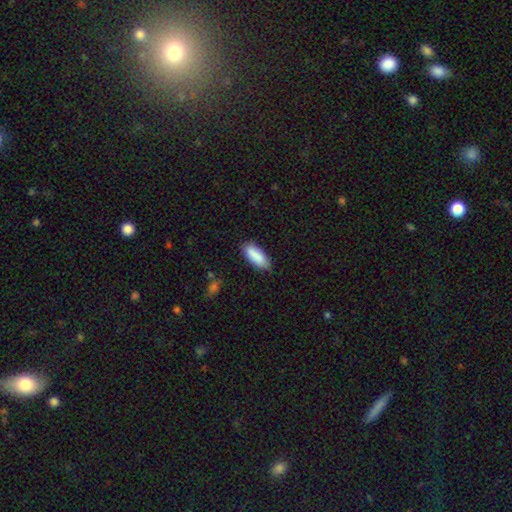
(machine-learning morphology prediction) Smooth or featured? Predicted: smooth (p=0.88). How rounded? Predicted: in between (p=0.75). Merging? Predicted: none (p=0.79).